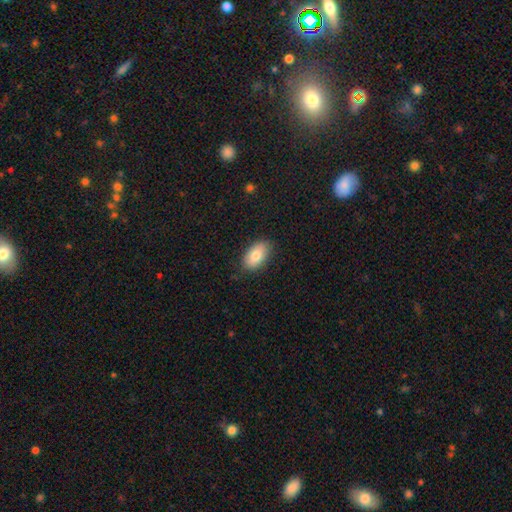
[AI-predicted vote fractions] A smooth galaxy with no disk features (79%) that is in between round and cigar-shaped (92%).

Vote fractions:
- Smooth or featured? smooth: 79% / featured or disk: 14% / star or artifact: 7%
- How rounded? in between: 92% / round: 6% / cigar-shaped: 2%
- Merging? none: 84% / minor disturbance: 13% / major disturbance: 3% / merger: 1%